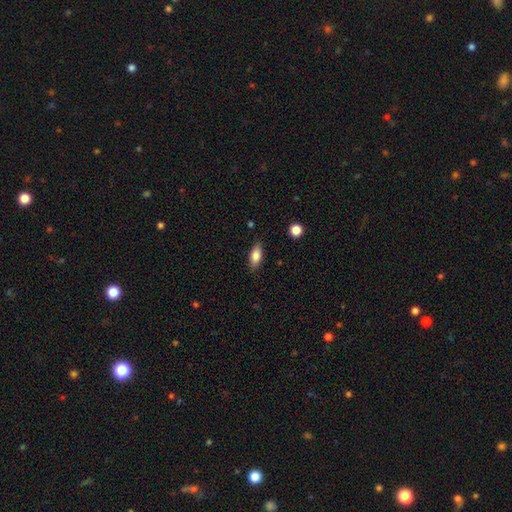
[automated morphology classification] Smooth or featured? Predicted: smooth (p=0.79). How rounded? Predicted: in between (p=0.82). Merging? Predicted: none (p=0.85).